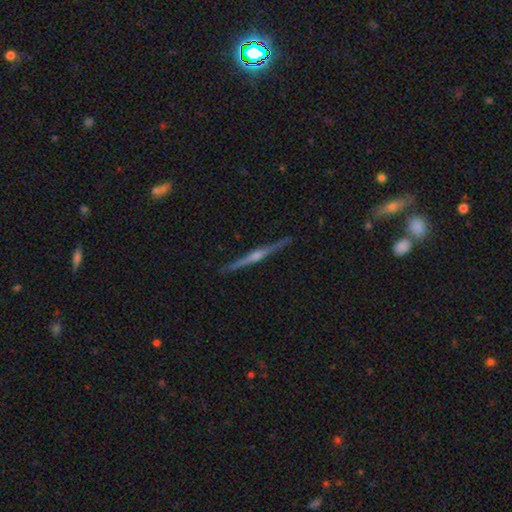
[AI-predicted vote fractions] Overall: featured or disk (83%). Edge-on disk: yes (99%). Edge-on bulge: rounded (79%). Merging: none (91%).